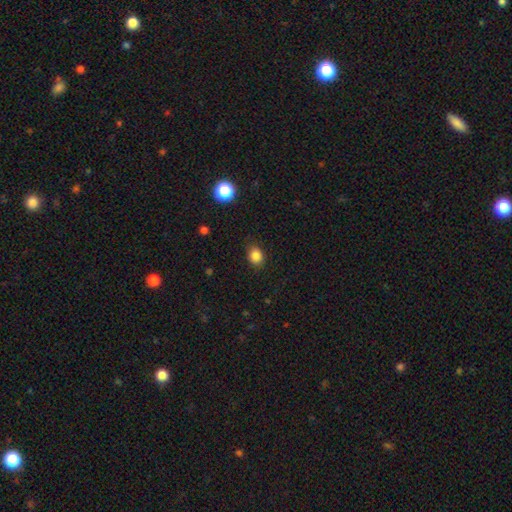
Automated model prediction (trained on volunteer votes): smooth_or_featured: smooth (p=0.85) [alt: star or artifact p=0.11]
how_rounded: round (p=0.54) [alt: in between p=0.45]
merging: none (p=0.83) [alt: minor disturbance p=0.13]